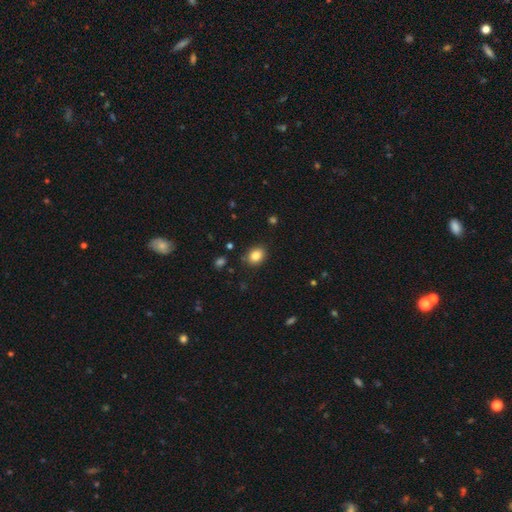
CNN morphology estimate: smooth_or_featured: smooth (p=0.84) [alt: star or artifact p=0.10]
how_rounded: in between (p=0.51) [alt: round p=0.48]
merging: none (p=0.86) [alt: minor disturbance p=0.10]